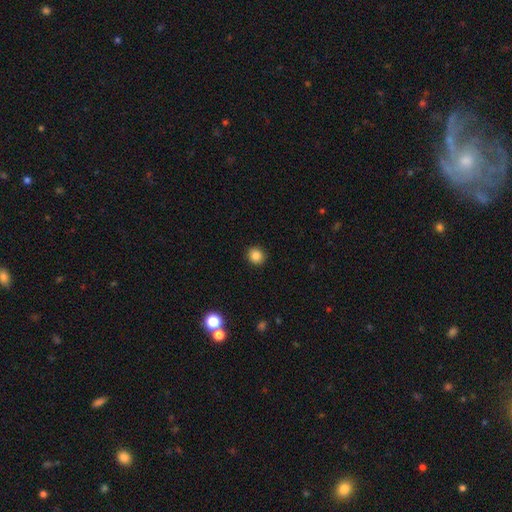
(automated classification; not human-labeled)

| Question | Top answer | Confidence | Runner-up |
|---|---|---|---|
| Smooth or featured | smooth | 85% | star or artifact (11%) |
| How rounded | round | 88% | in between (11%) |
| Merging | none | 92% | minor disturbance (6%) |